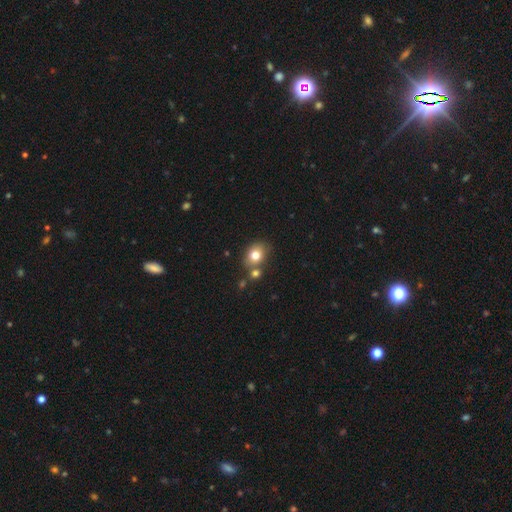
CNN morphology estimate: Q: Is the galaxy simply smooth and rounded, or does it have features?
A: smooth — 70%.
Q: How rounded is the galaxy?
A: round — 67%.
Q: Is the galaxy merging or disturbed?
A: none — 68%.